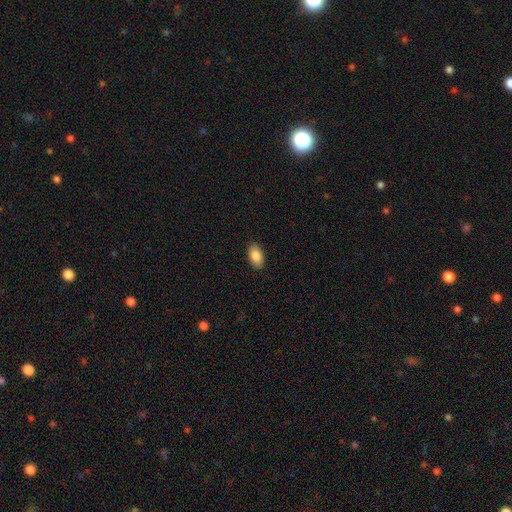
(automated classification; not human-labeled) A smooth galaxy with no disk features (87%) that is in between round and cigar-shaped (94%). Merging: none (90%).